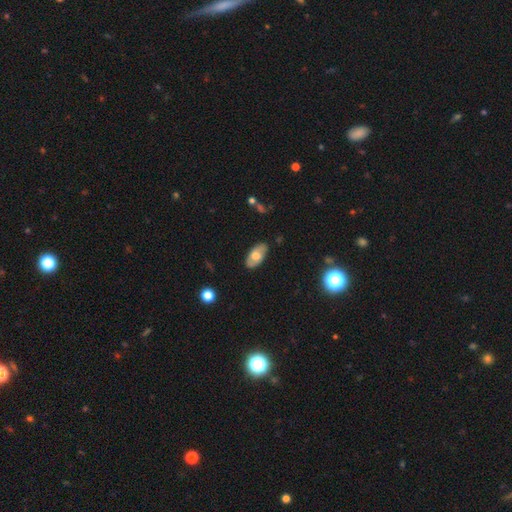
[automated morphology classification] type=smooth (62%); roundness=in between (93%); merging=none (84%).